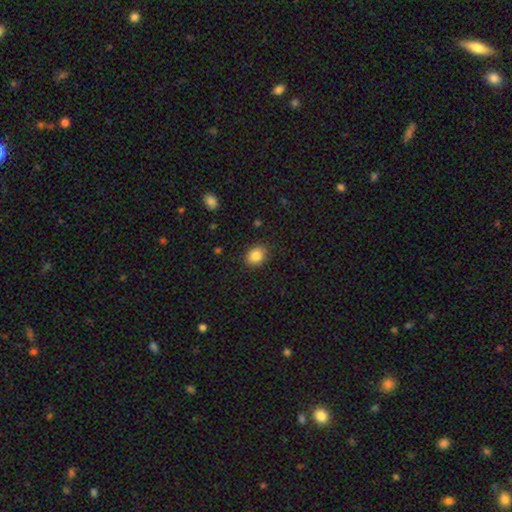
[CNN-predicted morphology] A smooth galaxy with no disk features (85%) that is round (58%).

Vote fractions:
- Smooth or featured? smooth: 85% / star or artifact: 10% / featured or disk: 6%
- How rounded? round: 58% / in between: 41% / cigar-shaped: 1%
- Merging? none: 88% / minor disturbance: 9% / major disturbance: 2% / merger: 1%